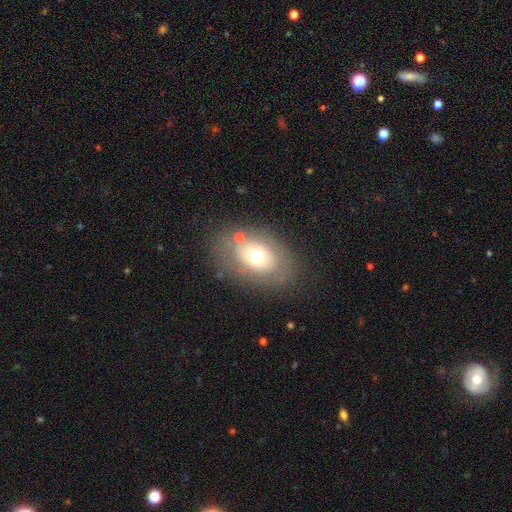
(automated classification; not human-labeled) The model was most divided on "smooth or featured": smooth: 60%, featured or disk: 30%, star or artifact: 11%. More confident: how rounded — in between (78%); merging — none (75%).